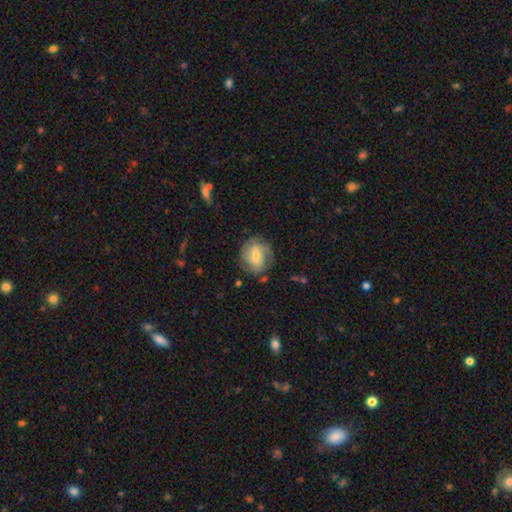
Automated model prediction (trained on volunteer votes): Smooth or featured: featured or disk — 53% (smooth — 40%)
Edge-on disk: no — 96% (yes — 4%)
Bar: weak — 47% (no — 37%)
Spiral arms: yes — 78% (no — 22%)
Bulge size: small — 49% (moderate — 44%)
Merging: none — 70% (minor disturbance — 20%)